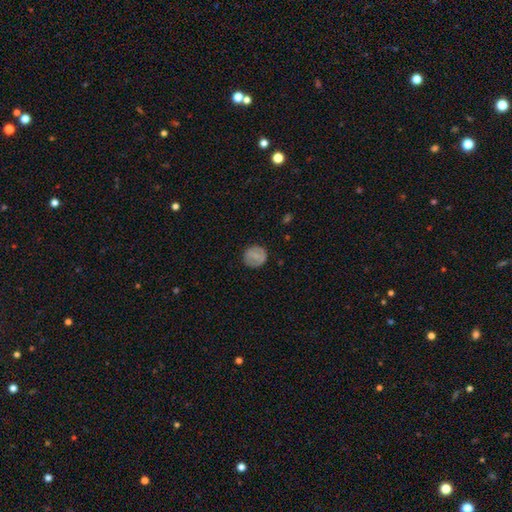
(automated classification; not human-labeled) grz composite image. It shows a smooth galaxy with no disk features (72%) that is round (89%). Merging: none (85%).